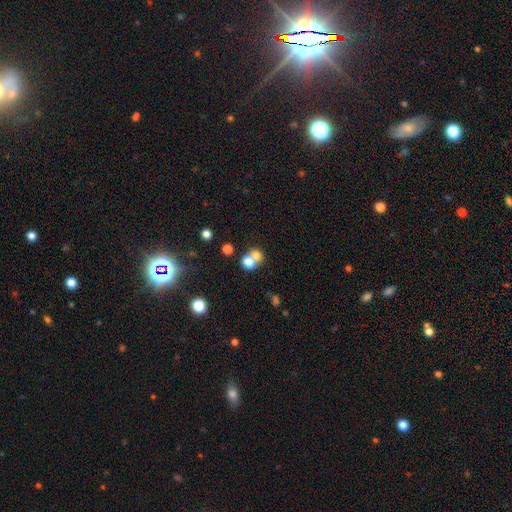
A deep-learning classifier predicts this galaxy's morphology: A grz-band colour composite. It shows a smooth galaxy with no disk features (72%) that is round (70%). Merging: merger (55%).